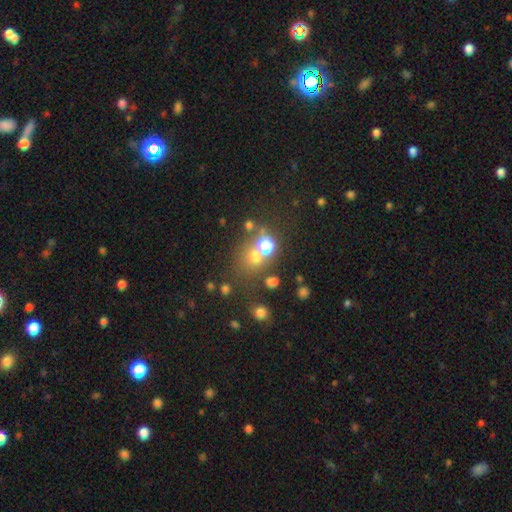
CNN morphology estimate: smooth_or_featured: smooth (p=0.59) [alt: star or artifact p=0.28]
how_rounded: round (p=0.78) [alt: in between p=0.21]
merging: none (p=0.57) [alt: merger p=0.27]